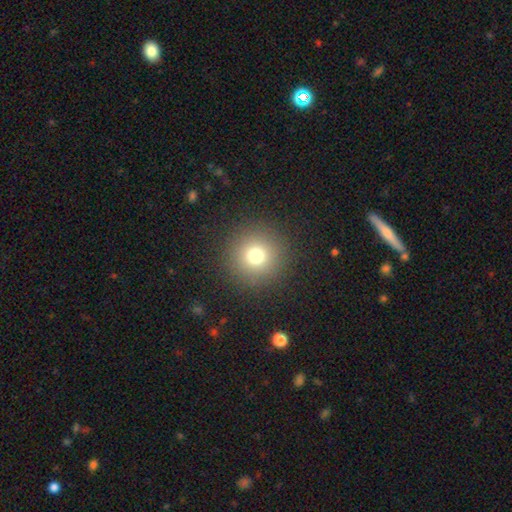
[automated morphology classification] A smooth galaxy with no disk features (74%) that is round (96%).

Vote fractions:
- Smooth or featured? smooth: 74% / star or artifact: 17% / featured or disk: 9%
- How rounded? round: 96% / in between: 3% / cigar-shaped: 1%
- Merging? none: 91% / minor disturbance: 5% / major disturbance: 3% / merger: 1%